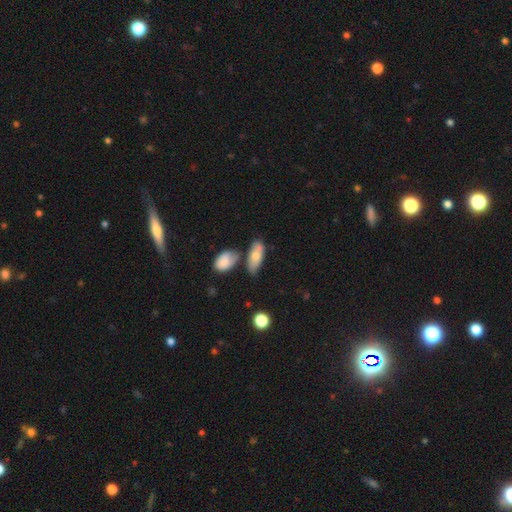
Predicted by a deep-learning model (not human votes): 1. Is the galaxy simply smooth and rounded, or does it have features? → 72% smooth, 21% featured or disk, 7% star or artifact.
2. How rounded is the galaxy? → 79% in between, 18% cigar-shaped, 4% round.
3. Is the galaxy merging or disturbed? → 51% none, 25% minor disturbance, 17% merger, 7% major disturbance.